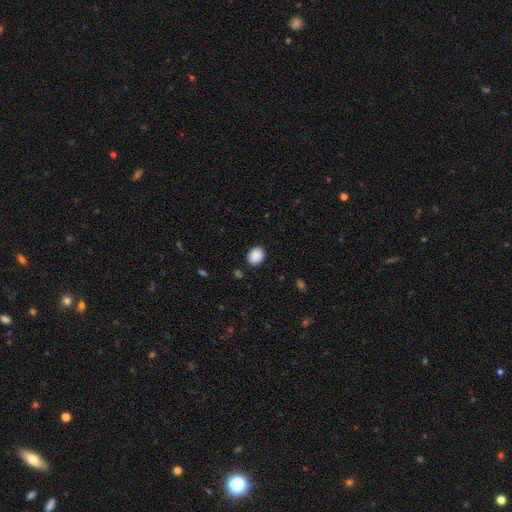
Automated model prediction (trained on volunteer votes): Q: Smooth or featured?
A: smooth (89%); runner-up: star or artifact (8%)
Q: How rounded?
A: in between (56%); runner-up: round (43%)
Q: Merging?
A: none (87%); runner-up: minor disturbance (9%)